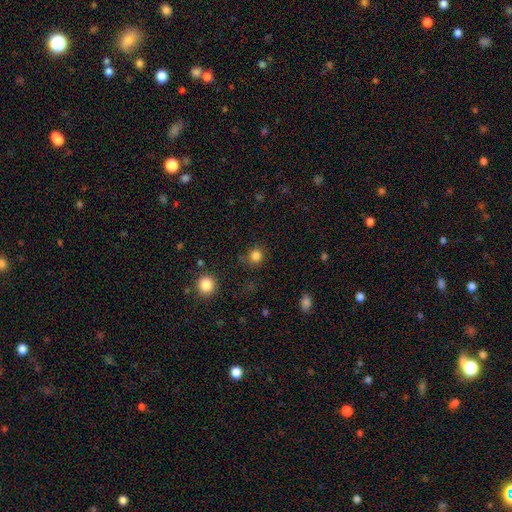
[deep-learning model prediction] Smooth or featured?
  - smooth: 83% *
  - star or artifact: 13%
  - featured or disk: 4%
How rounded?
  - round: 89% *
  - in between: 10%
  - cigar-shaped: 1%
Merging?
  - none: 83% *
  - minor disturbance: 11%
  - major disturbance: 4%
  - merger: 3%